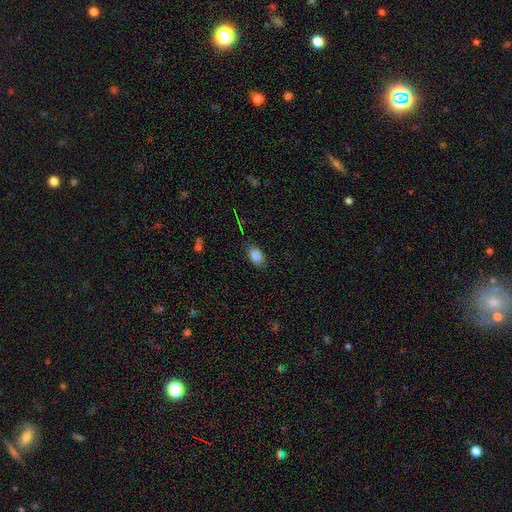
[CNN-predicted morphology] smooth-or-featured: smooth: 85% | star or artifact: 9% | featured or disk: 6%
  how-rounded: in between: 88% | round: 10% | cigar-shaped: 2%
  merging: none: 82% | minor disturbance: 14% | major disturbance: 4% | merger: 1%